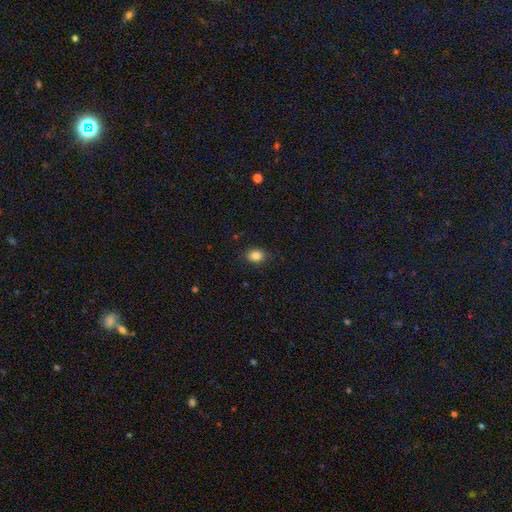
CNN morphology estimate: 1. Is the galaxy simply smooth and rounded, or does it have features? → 85% smooth, 10% star or artifact, 6% featured or disk.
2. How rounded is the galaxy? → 69% in between, 30% round, 1% cigar-shaped.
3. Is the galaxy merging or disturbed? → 85% none, 12% minor disturbance, 3% major disturbance, 1% merger.